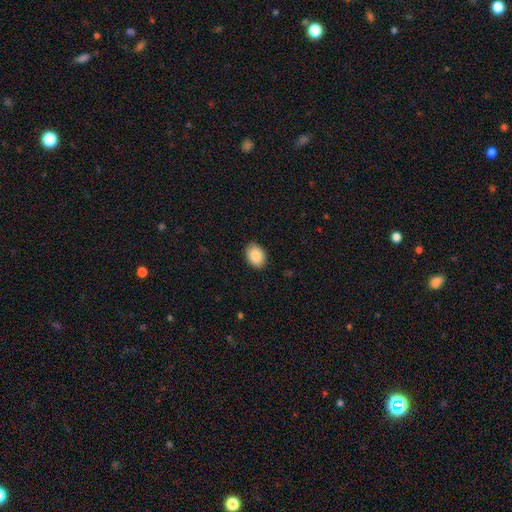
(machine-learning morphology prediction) A smooth galaxy with no disk features (88%) that is in between round and cigar-shaped (79%). Merging: none (88%).